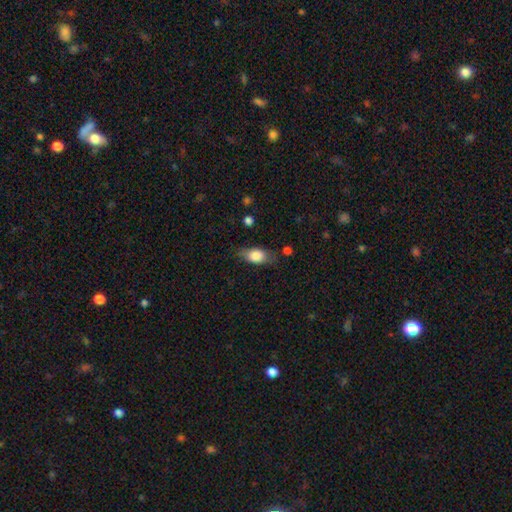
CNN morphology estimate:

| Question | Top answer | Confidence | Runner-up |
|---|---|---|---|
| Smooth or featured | smooth | 77% | featured or disk (16%) |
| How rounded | in between | 83% | round (9%) |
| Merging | none | 70% | minor disturbance (21%) |